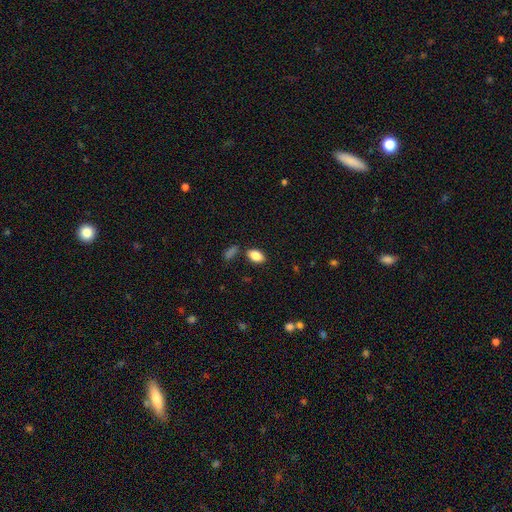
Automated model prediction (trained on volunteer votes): Smooth or featured? Predicted: smooth (p=0.86). How rounded? Predicted: in between (p=0.91). Merging? Predicted: none (p=0.80).